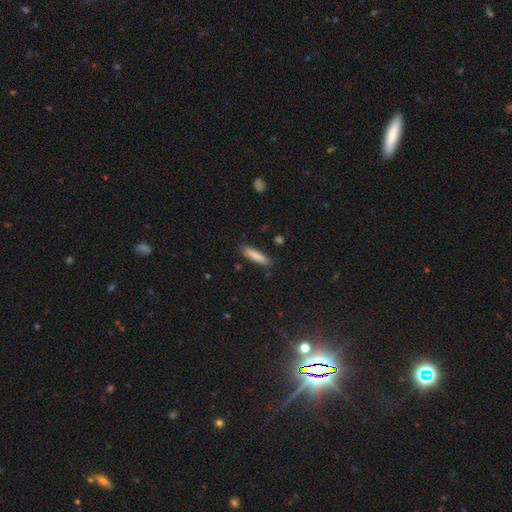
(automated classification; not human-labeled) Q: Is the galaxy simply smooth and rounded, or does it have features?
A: smooth — 84%.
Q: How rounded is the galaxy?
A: cigar-shaped — 80%.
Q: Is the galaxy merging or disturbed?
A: none — 85%.